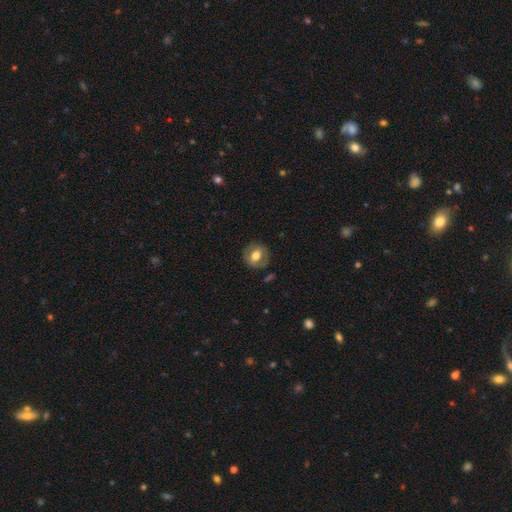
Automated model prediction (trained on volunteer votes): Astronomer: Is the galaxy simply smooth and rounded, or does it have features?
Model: smooth — 56% (runner-up: featured or disk, 37%).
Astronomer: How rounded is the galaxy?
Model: round — 70%.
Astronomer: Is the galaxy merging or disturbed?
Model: none — 81%.